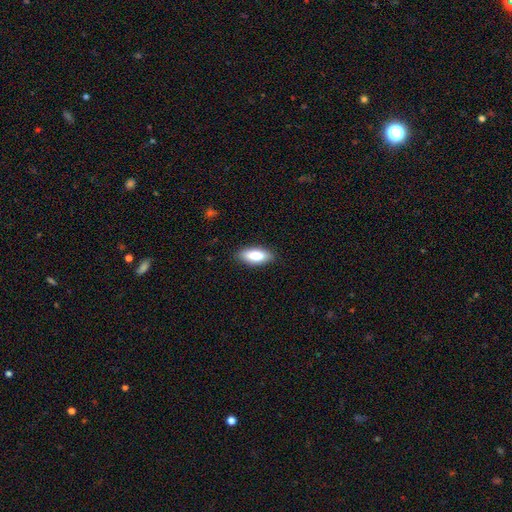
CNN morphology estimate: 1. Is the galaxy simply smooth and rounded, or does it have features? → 82% smooth, 12% featured or disk, 6% star or artifact.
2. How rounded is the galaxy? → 81% in between, 17% cigar-shaped, 2% round.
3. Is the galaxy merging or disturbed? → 86% none, 11% minor disturbance, 2% major disturbance, 1% merger.